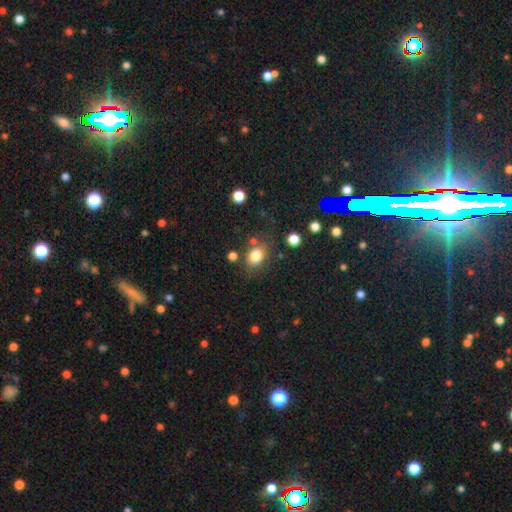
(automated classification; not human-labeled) This appears to be a smooth galaxy with no disk features (81%) that is in between round and cigar-shaped (57%). Merging: none (68%).